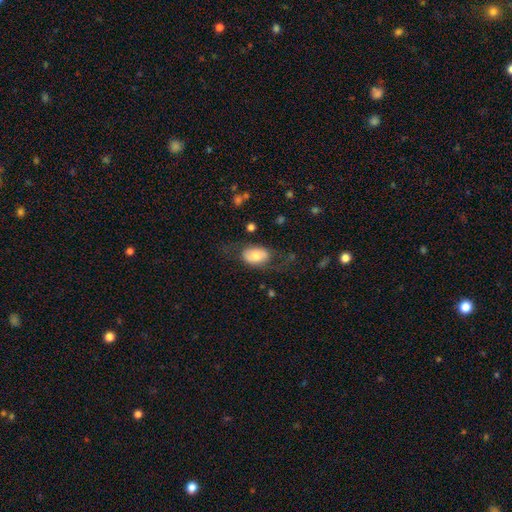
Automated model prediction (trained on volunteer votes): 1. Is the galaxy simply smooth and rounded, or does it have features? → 68% smooth, 25% featured or disk, 7% star or artifact.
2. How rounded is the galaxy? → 88% in between, 11% round, 1% cigar-shaped.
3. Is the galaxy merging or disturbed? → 59% none, 21% minor disturbance, 18% major disturbance, 2% merger.